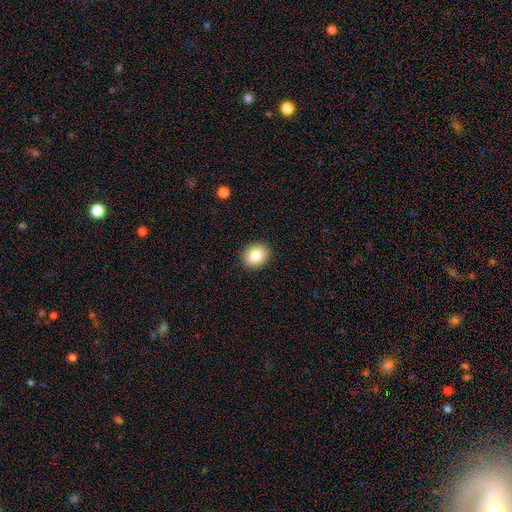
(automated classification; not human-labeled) This appears to be a smooth galaxy with no disk features (82%) that is round (53%). Merging: none (91%).